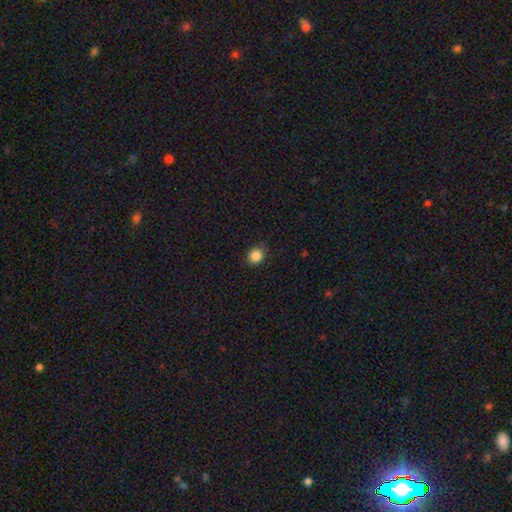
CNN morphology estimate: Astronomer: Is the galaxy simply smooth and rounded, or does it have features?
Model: smooth — 86%.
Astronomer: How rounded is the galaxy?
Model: round — 79%.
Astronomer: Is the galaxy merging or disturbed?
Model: none — 82%.